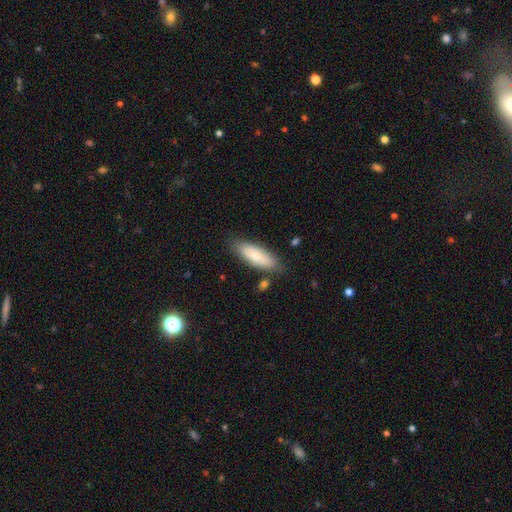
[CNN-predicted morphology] A smooth galaxy with no disk features (75%) that is in between round and cigar-shaped (61%).

Vote fractions:
- Smooth or featured? smooth: 75% / featured or disk: 19% / star or artifact: 6%
- How rounded? in between: 61% / cigar-shaped: 37% / round: 2%
- Merging? none: 79% / minor disturbance: 14% / merger: 4% / major disturbance: 3%